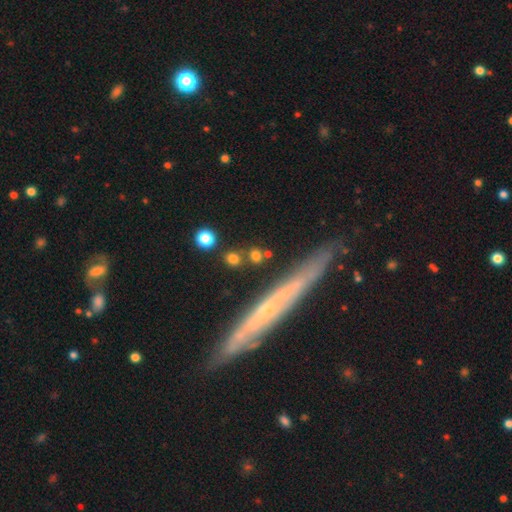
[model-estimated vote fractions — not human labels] This is likely a smooth galaxy (76%). How rounded: likely round (74%). Merging: likely none (79%).